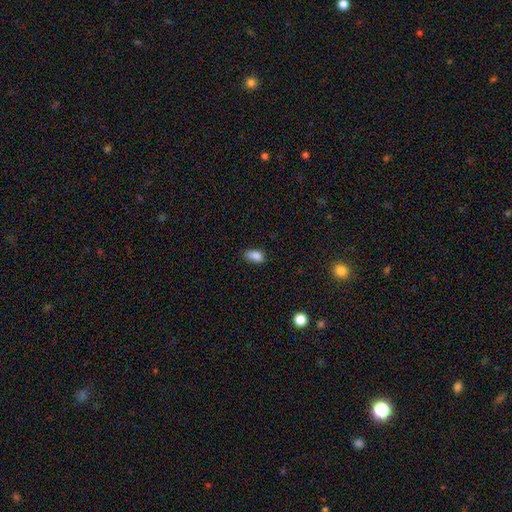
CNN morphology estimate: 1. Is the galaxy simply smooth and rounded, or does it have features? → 85% smooth, 10% star or artifact, 5% featured or disk.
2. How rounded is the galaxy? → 89% in between, 7% round, 4% cigar-shaped.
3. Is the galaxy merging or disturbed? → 68% none, 26% minor disturbance, 4% major disturbance, 2% merger.